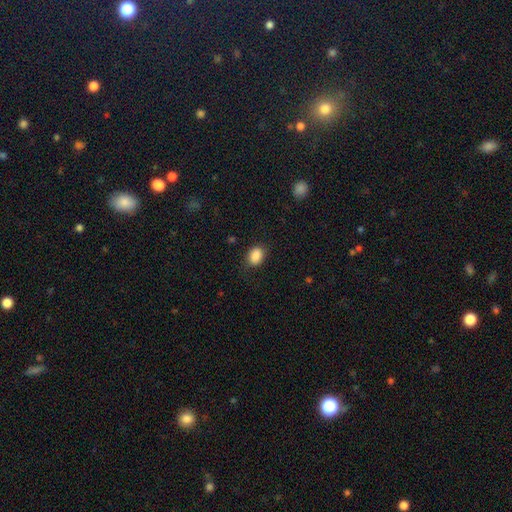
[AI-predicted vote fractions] This is clearly a smooth galaxy (88%). How rounded: likely in between (68%). Merging: clearly none (80%).